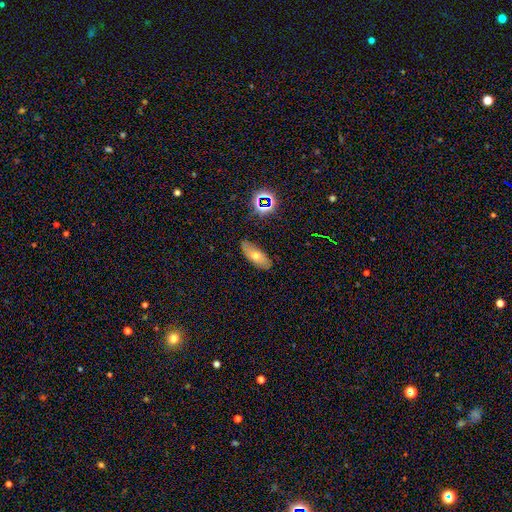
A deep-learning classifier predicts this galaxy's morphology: Smooth or featured: smooth — 56% (featured or disk — 29%)
How rounded: in between — 79% (cigar-shaped — 17%)
Merging: none — 79% (minor disturbance — 16%)